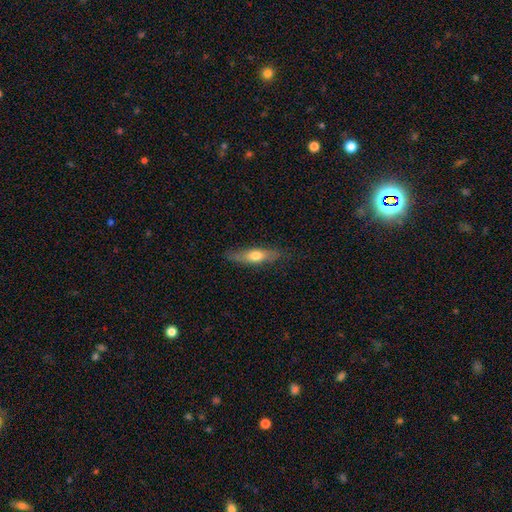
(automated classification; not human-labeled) This is possibly a smooth galaxy (60%). How rounded: possibly cigar-shaped (59%). Merging: likely none (79%).